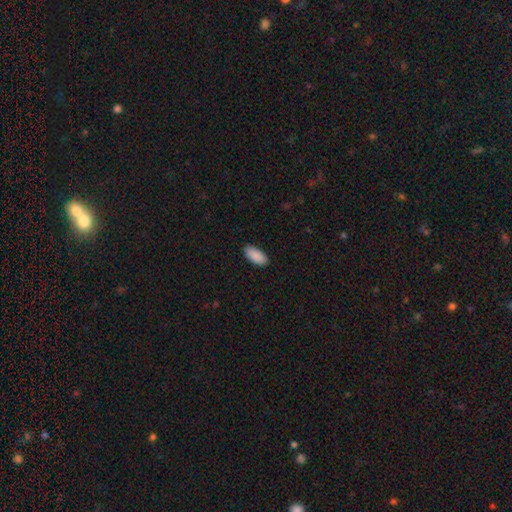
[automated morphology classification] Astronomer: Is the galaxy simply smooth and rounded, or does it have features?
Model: smooth — 91%.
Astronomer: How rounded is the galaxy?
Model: in between — 92%.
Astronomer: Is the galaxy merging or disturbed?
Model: none — 88%.